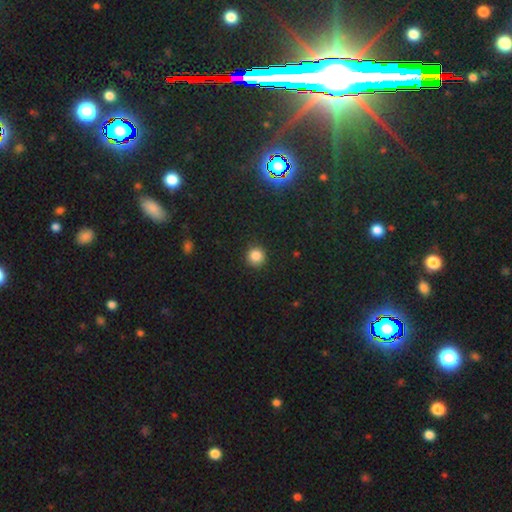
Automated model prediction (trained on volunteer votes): This appears to be a smooth galaxy with no disk features (84%) that is round (94%). Merging: none (91%).